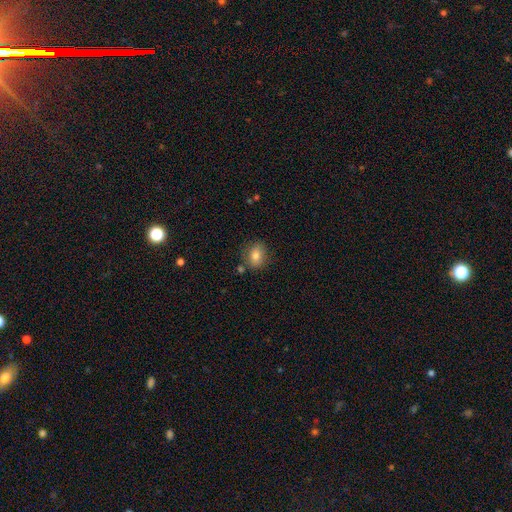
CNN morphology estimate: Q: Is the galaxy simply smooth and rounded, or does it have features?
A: smooth — 78%.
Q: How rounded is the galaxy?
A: in between — 56%.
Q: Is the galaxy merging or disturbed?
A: none — 76%.